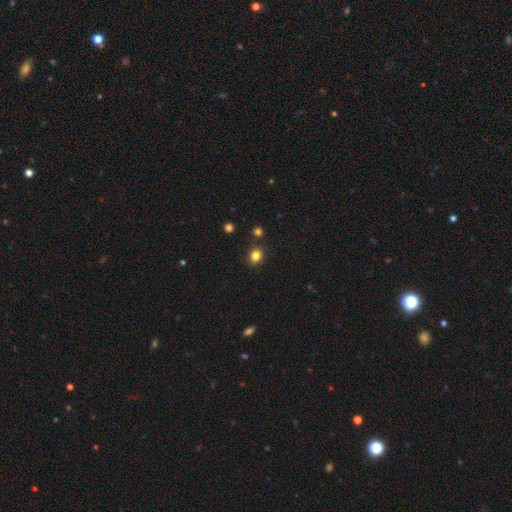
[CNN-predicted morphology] This appears to be a smooth galaxy with no disk features (82%) that is round (70%). Merging: none (85%).